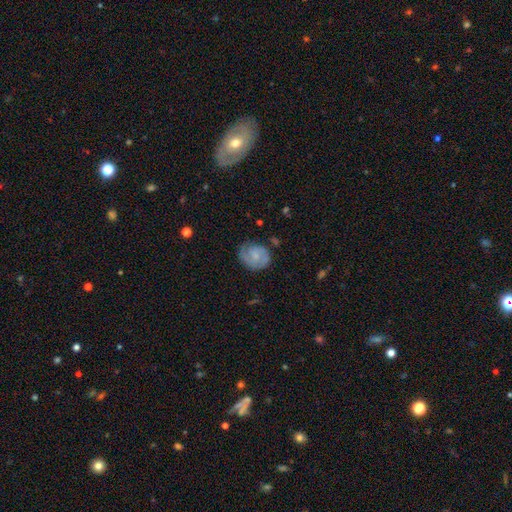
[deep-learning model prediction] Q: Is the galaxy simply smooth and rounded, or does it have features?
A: featured or disk — 58%.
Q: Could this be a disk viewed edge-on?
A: no — 98%.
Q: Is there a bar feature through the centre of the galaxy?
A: no — 64%.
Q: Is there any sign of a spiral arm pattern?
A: yes — 90%.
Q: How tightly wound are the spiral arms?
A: tight — 47%.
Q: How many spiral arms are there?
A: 2 — 56%.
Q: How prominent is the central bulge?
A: small — 51%.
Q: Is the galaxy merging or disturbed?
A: none — 69%.